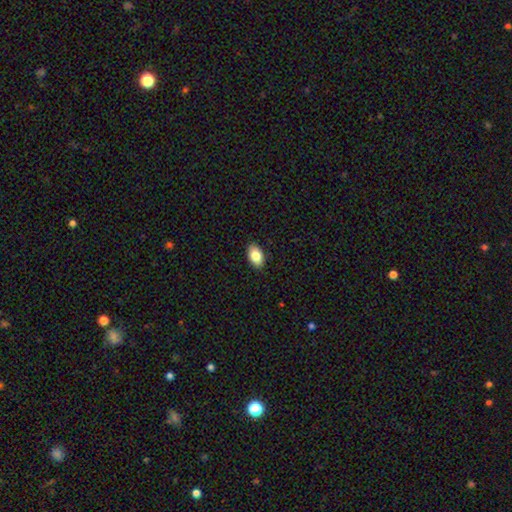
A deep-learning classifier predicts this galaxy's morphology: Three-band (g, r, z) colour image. It shows a smooth galaxy with no disk features (84%) that is in between round and cigar-shaped (91%). Merging: none (90%).